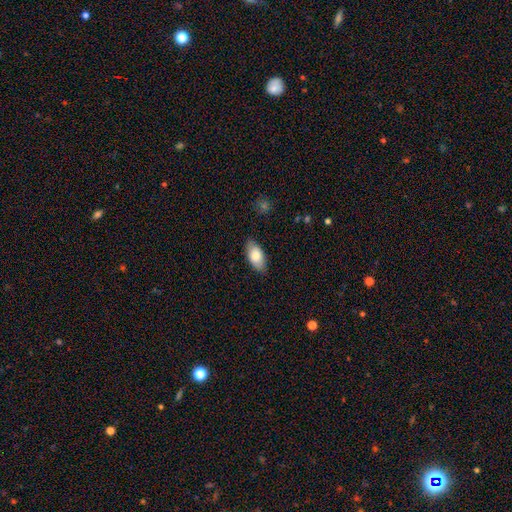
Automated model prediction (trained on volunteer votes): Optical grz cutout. It shows a smooth galaxy with no disk features (81%) that is in between round and cigar-shaped (93%). Merging: none (86%).